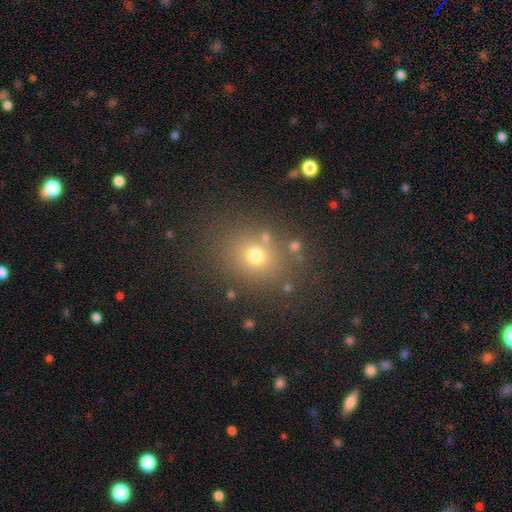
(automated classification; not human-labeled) A smooth galaxy with no disk features (68%) that is round (64%). Merging: none (80%).